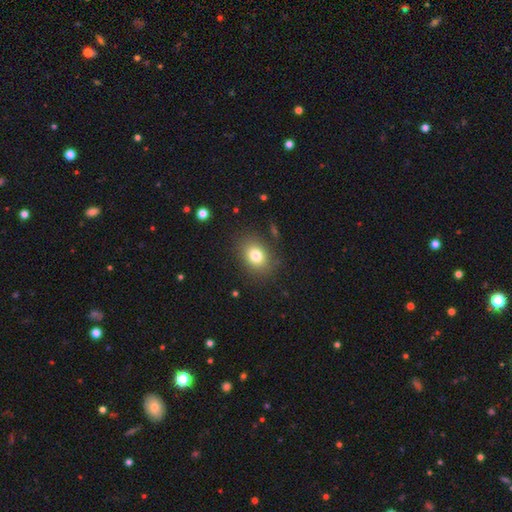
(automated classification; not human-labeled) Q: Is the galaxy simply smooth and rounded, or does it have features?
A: smooth — 79%.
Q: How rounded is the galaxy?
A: in between — 63%.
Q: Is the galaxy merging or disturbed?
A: none — 84%.